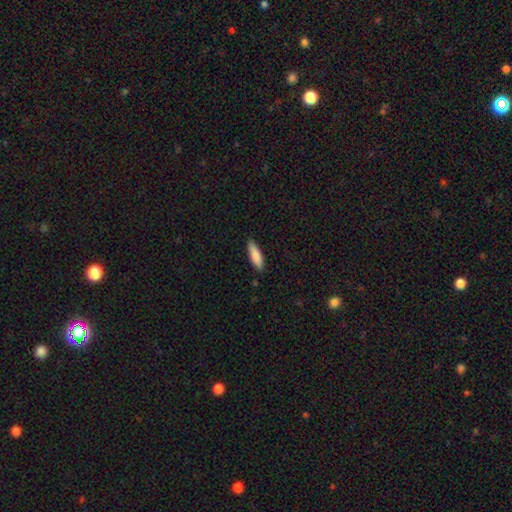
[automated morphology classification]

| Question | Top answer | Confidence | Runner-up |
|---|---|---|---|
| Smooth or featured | smooth | 86% | featured or disk (8%) |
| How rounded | cigar-shaped | 57% | in between (42%) |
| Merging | none | 87% | minor disturbance (10%) |